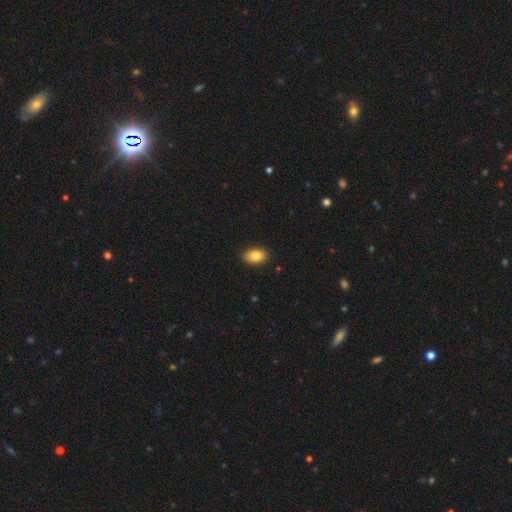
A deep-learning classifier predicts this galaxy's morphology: smooth 84%, featured or disk 8%, star or artifact 8%. Down the decision tree: how rounded — in between (87%); merging — none (90%).